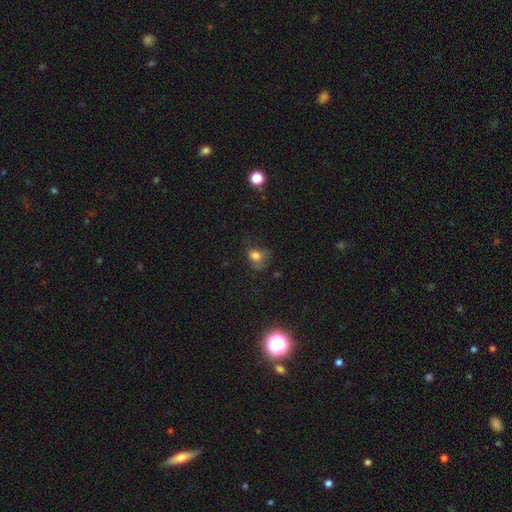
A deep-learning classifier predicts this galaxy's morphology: type=smooth (70%); roundness=round (49%, tied with in between); merging=none (40%).